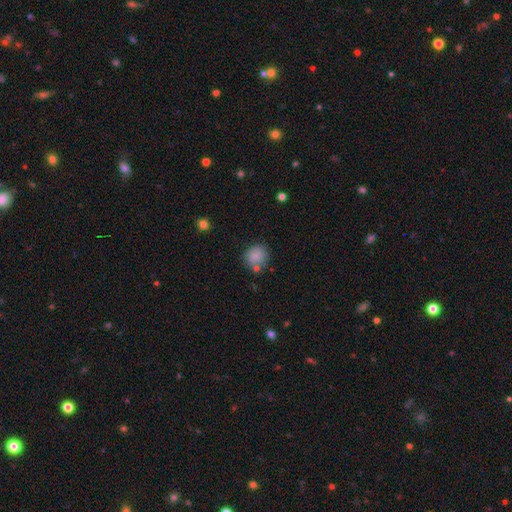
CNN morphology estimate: A smooth galaxy with no disk features (85%) that is round (82%). Merging: none (72%).